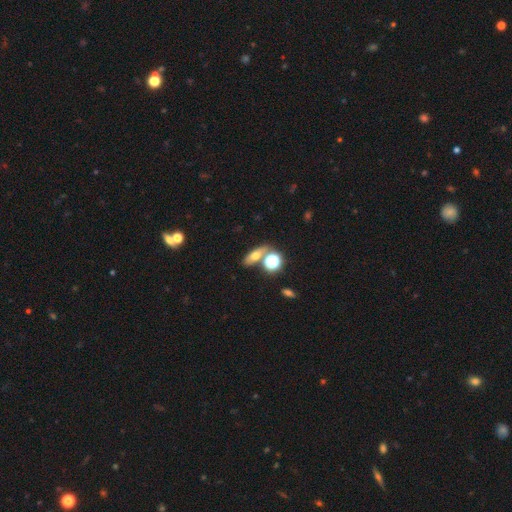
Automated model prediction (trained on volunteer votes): smooth_or_featured: smooth (p=0.55) [alt: featured or disk p=0.25]
how_rounded: in between (p=0.56) [alt: round p=0.22]
merging: none (p=0.66) [alt: merger p=0.19]